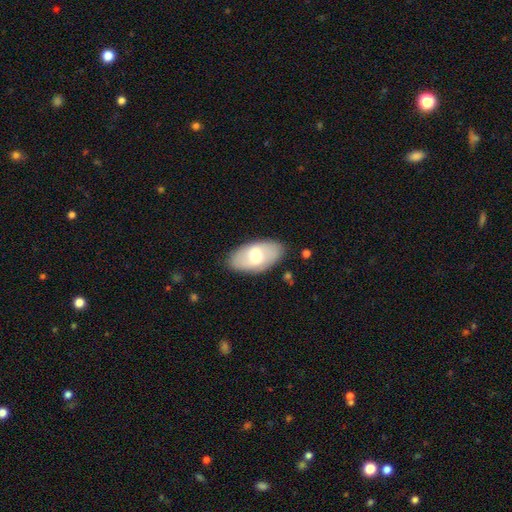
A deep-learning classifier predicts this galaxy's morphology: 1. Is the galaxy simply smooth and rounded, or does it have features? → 58% smooth, 36% featured or disk, 6% star or artifact.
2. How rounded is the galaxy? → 94% in between, 4% round, 2% cigar-shaped.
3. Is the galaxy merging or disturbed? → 84% none, 11% minor disturbance, 3% major disturbance, 1% merger.